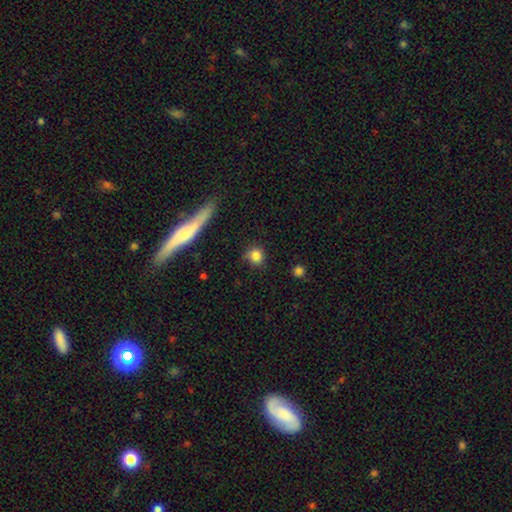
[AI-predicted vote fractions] A smooth galaxy with no disk features (83%) that is round (84%).

Vote fractions:
- Smooth or featured? smooth: 83% / star or artifact: 10% / featured or disk: 7%
- How rounded? round: 84% / in between: 14% / cigar-shaped: 2%
- Merging? none: 74% / minor disturbance: 18% / major disturbance: 5% / merger: 4%